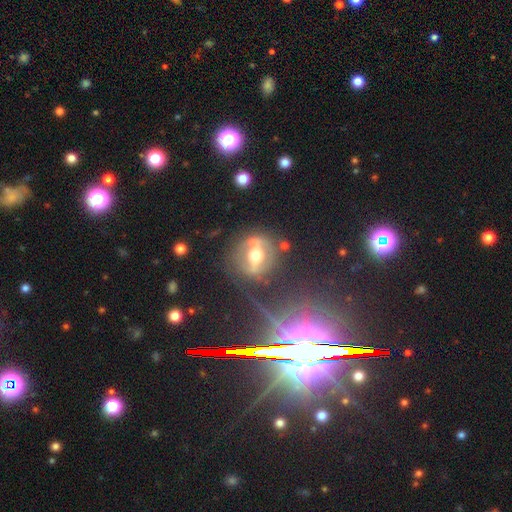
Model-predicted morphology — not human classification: Smooth or featured: featured or disk — 56% (smooth — 27%)
Edge-on disk: no — 83% (yes — 17%)
Merging: none — 69% (minor disturbance — 15%)